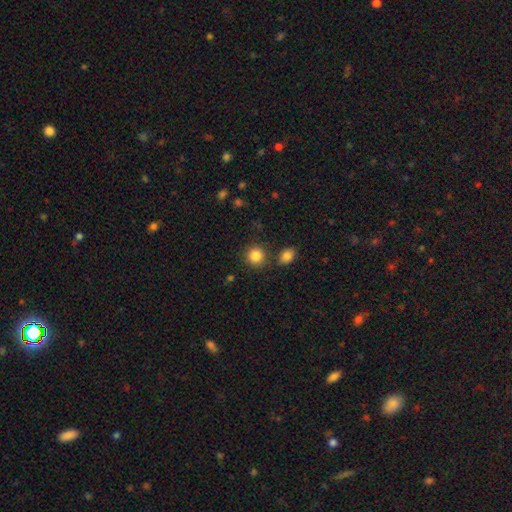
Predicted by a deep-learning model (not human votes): smooth 86%, star or artifact 9%, featured or disk 5%. Down the decision tree: how rounded — round (88%); merging — none (82%).